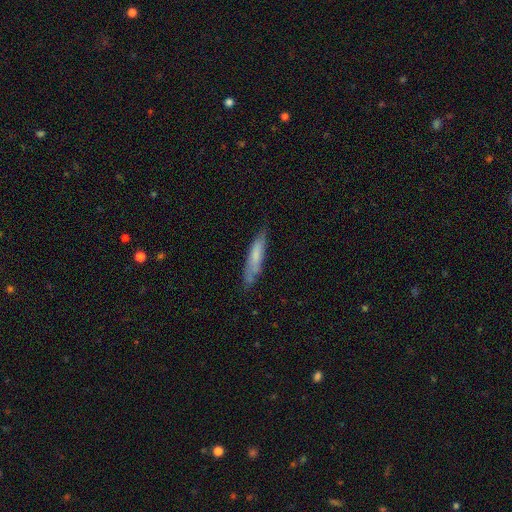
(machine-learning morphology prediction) This appears to be a smooth galaxy with no disk features (61%) that is cigar-shaped (82%). Merging: none (67%).